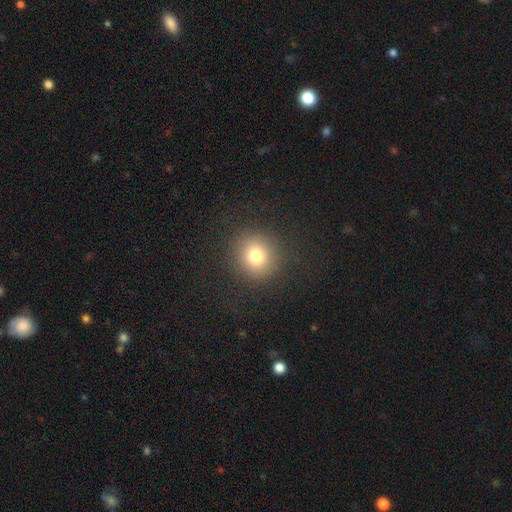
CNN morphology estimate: A smooth galaxy with no disk features (77%) that is round (90%).

Vote fractions:
- Smooth or featured? smooth: 77% / star or artifact: 14% / featured or disk: 9%
- How rounded? round: 90% / in between: 9% / cigar-shaped: 1%
- Merging? none: 89% / minor disturbance: 6% / major disturbance: 4% / merger: 1%